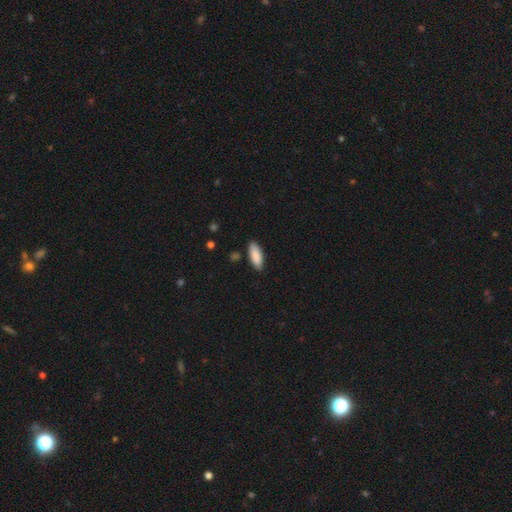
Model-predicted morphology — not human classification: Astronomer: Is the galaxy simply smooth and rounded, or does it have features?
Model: smooth — 89%.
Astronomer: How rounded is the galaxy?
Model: in between — 72%.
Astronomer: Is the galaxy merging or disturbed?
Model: none — 86%.